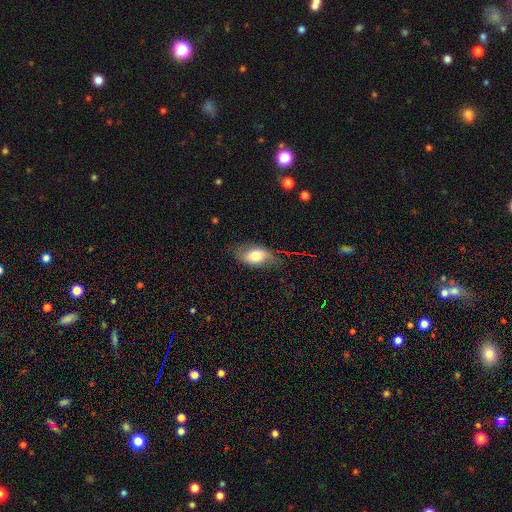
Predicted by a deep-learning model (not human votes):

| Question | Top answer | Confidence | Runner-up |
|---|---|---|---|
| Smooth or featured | smooth | 69% | featured or disk (24%) |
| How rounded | in between | 89% | round (7%) |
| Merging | none | 69% | minor disturbance (22%) |